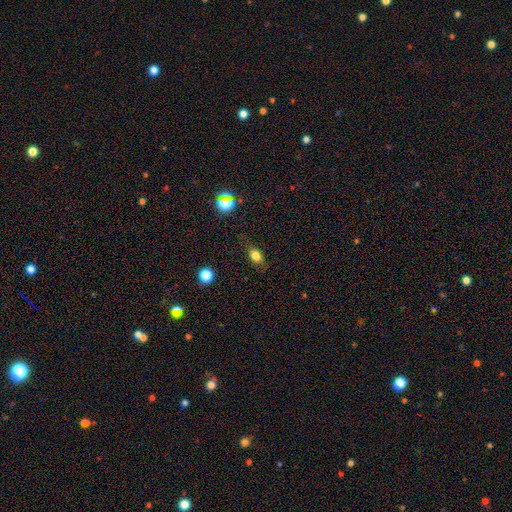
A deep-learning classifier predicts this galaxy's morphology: This is likely a smooth galaxy (79%). How rounded: likely in between (76%). Merging: clearly none (80%).